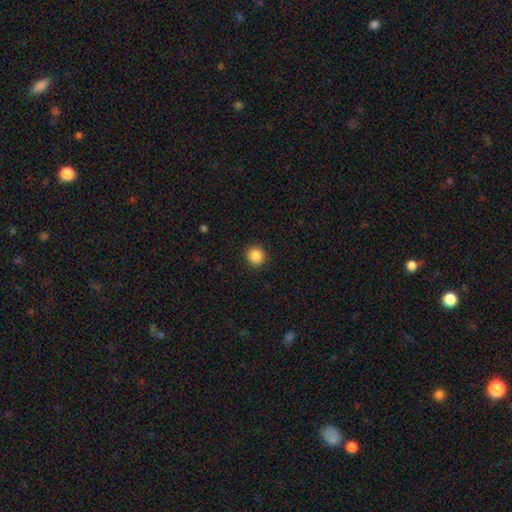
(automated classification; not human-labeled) This is clearly a smooth galaxy (87%). How rounded: clearly round (93%). Merging: clearly none (91%).